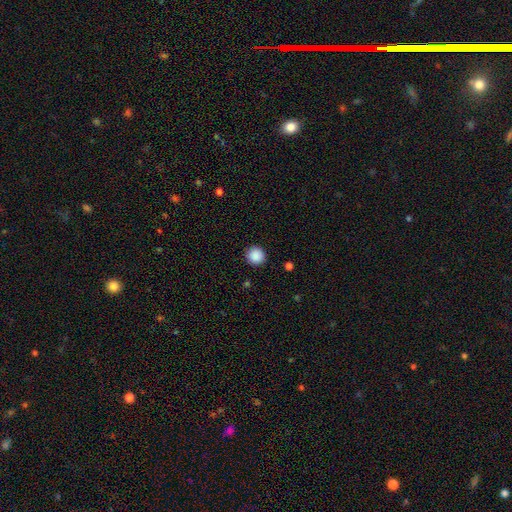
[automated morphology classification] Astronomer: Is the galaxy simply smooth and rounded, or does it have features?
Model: smooth — 89%.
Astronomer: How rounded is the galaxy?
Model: round — 93%.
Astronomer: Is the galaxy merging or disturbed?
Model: none — 91%.